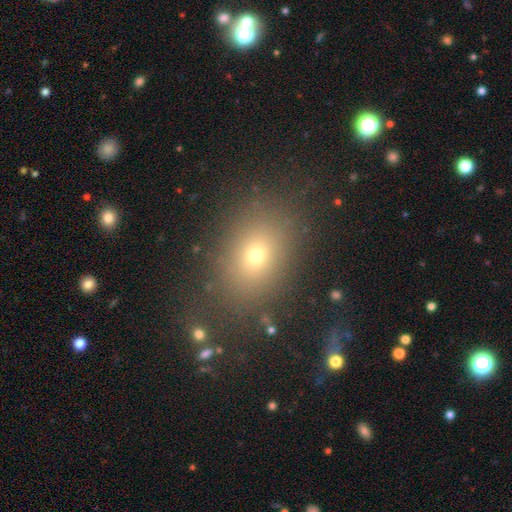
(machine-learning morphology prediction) smooth_or_featured: smooth (p=0.67) [alt: star or artifact p=0.21]
how_rounded: in between (p=0.63) [alt: round p=0.35]
merging: none (p=0.83) [alt: minor disturbance p=0.10]